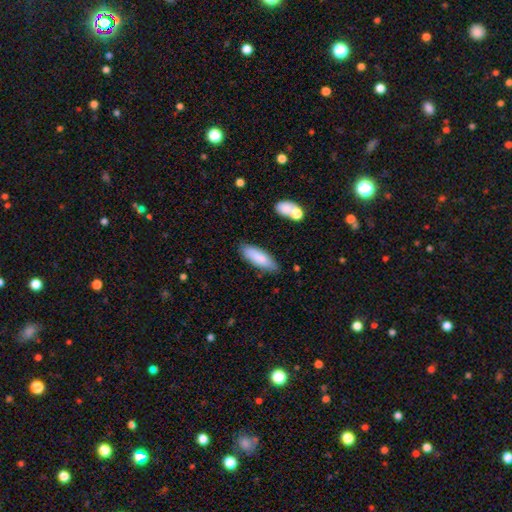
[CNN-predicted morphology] Overall: smooth (83%). How rounded: in between (50%; cigar-shaped 48%). Merging: none (83%).